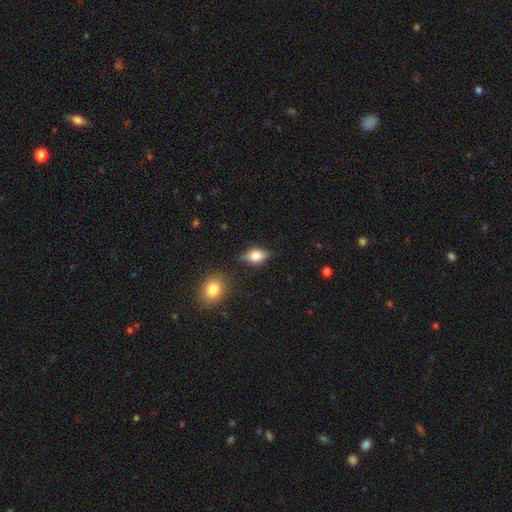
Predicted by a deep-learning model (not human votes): Overall: smooth (54%; featured or disk 37%). How rounded: in between (78%). Merging: none (73%).